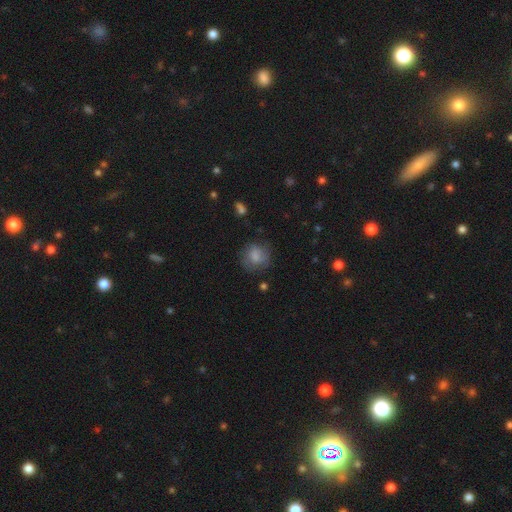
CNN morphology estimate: type=smooth (74%); roundness=round (78%); merging=none (67%).